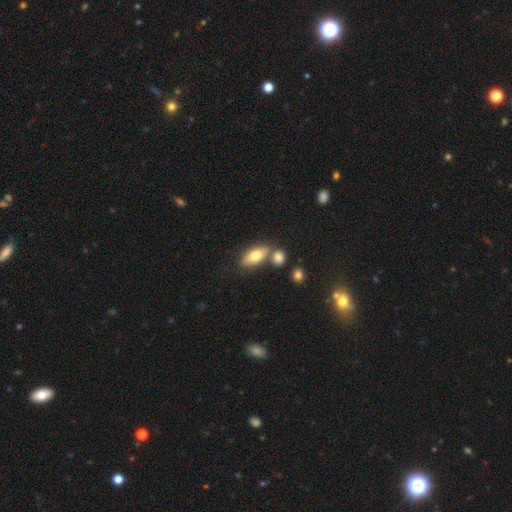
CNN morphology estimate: A smooth galaxy with no disk features (76%) that is in between round and cigar-shaped (83%). Merging: none (58%).